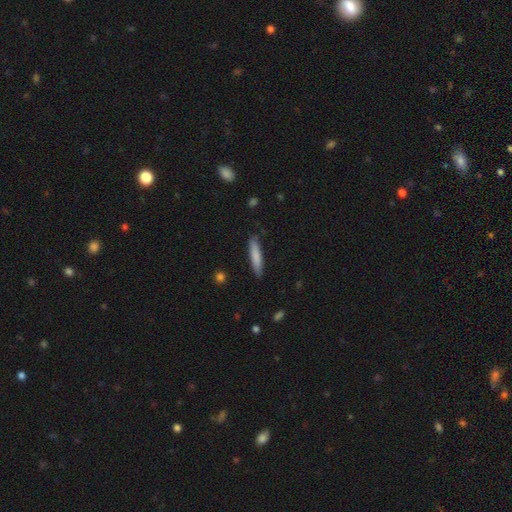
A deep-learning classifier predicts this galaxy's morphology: This is clearly a smooth galaxy (80%). How rounded: clearly cigar-shaped (87%). Merging: clearly none (84%).